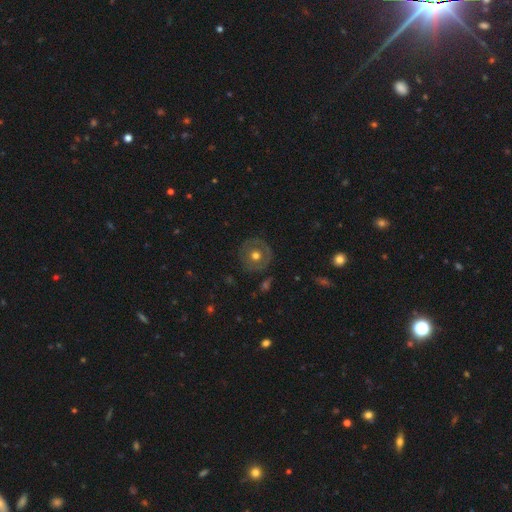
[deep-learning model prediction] smooth_or_featured: smooth (p=0.49) [alt: featured or disk p=0.43]
merging: none (p=0.84) [alt: minor disturbance p=0.11]